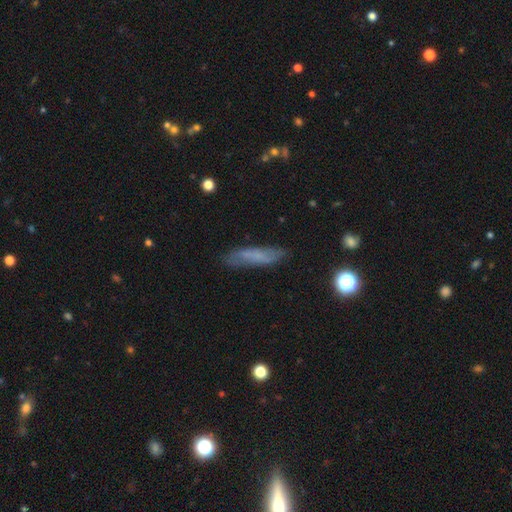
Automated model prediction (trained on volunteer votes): The model was most divided on "smooth or featured": smooth: 58%, featured or disk: 32%, star or artifact: 10%. More confident: merging — none (76%); how rounded — cigar-shaped (74%).